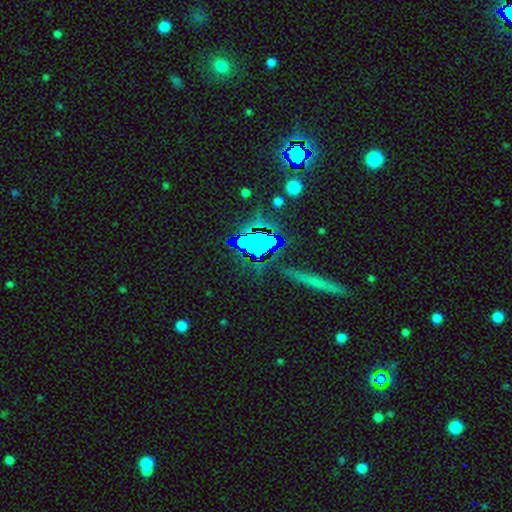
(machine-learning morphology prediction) smooth_or_featured: star or artifact (p=0.66) [alt: smooth p=0.18]